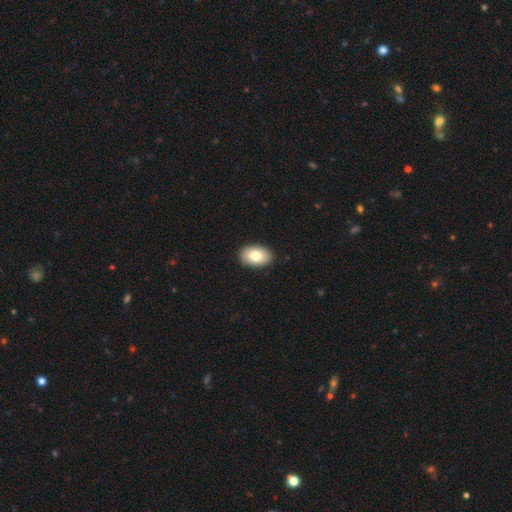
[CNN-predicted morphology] Q: Smooth or featured?
A: smooth (80%); runner-up: featured or disk (13%)
Q: How rounded?
A: in between (90%); runner-up: round (9%)
Q: Merging?
A: none (91%); runner-up: minor disturbance (7%)